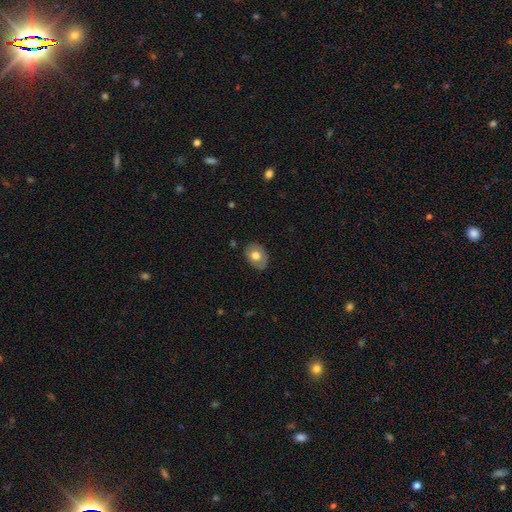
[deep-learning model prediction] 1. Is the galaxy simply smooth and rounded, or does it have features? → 65% smooth, 28% featured or disk, 7% star or artifact.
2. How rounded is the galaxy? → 72% in between, 27% round, 1% cigar-shaped.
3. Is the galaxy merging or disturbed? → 80% none, 16% minor disturbance, 3% major disturbance, 1% merger.